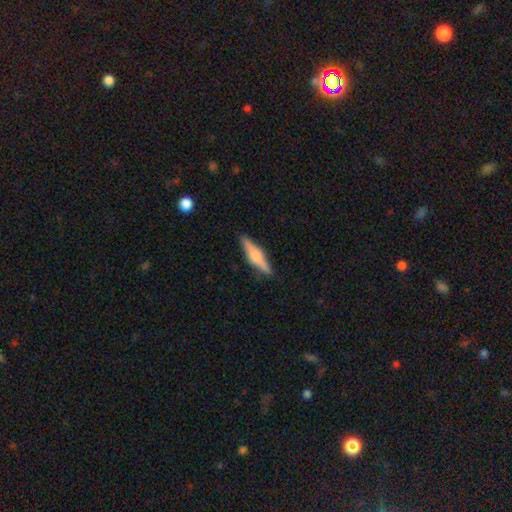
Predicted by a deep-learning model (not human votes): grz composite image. It shows a featured or disk galaxy (55%) viewed edge-on (96%) with a rounded central bulge (83%). Merging: none (88%).